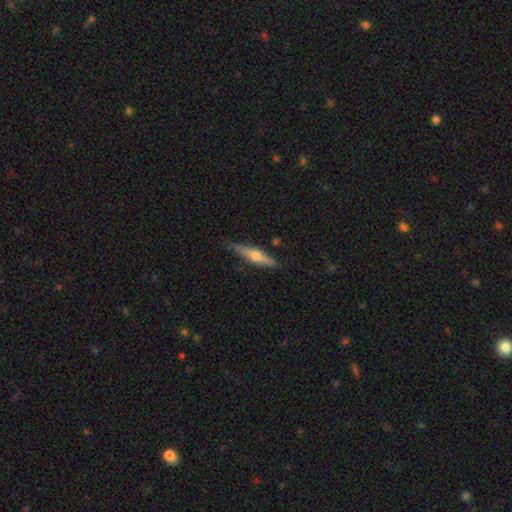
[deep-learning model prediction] smooth_or_featured: featured or disk (p=0.54) [alt: smooth p=0.40]
disk_edge_on: yes (p=0.93) [alt: no p=0.07]
edge_on_bulge: rounded (p=0.89) [alt: none p=0.06]
merging: none (p=0.75) [alt: minor disturbance p=0.20]